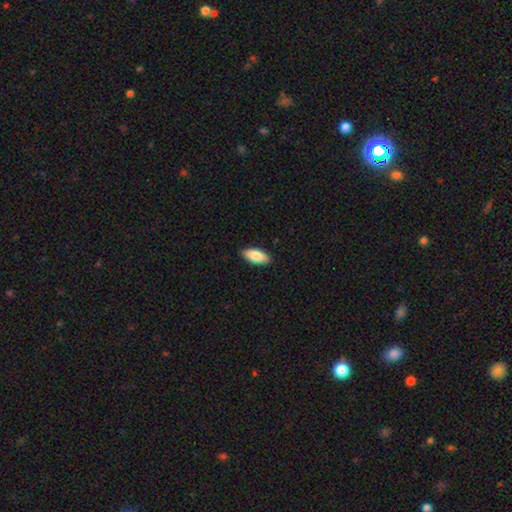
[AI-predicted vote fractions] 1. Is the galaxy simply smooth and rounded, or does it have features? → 85% smooth, 9% featured or disk, 6% star or artifact.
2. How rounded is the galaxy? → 84% in between, 14% cigar-shaped, 2% round.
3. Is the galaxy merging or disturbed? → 89% none, 8% minor disturbance, 2% major disturbance, 1% merger.